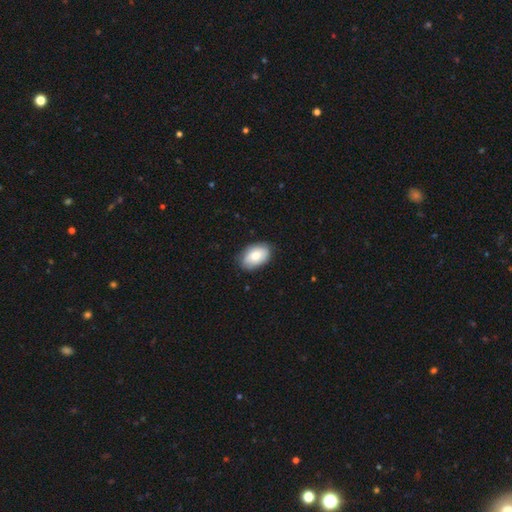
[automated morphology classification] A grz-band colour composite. It shows a smooth galaxy with no disk features (79%) that is in between round and cigar-shaped (91%). Merging: none (82%).